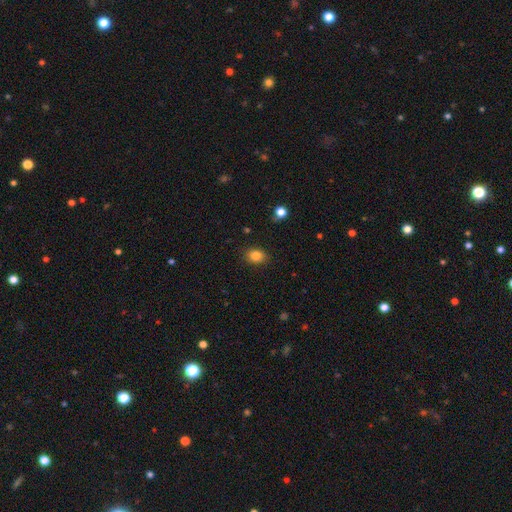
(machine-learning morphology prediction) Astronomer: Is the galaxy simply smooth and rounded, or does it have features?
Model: smooth — 84%.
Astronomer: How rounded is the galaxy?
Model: in between — 59% (runner-up: round, 40%).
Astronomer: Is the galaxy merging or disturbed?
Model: none — 85%.